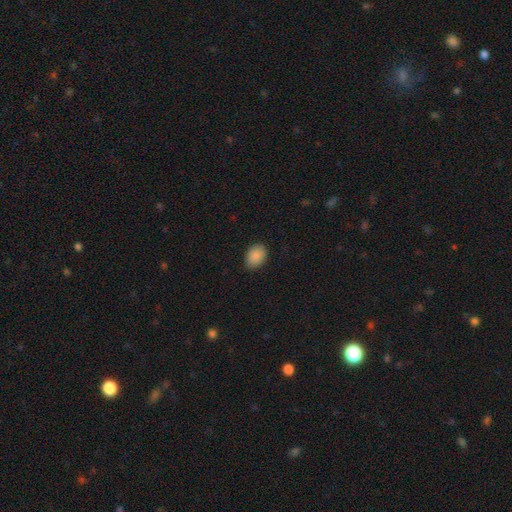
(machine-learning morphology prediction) Smooth or featured? smooth (89%)
How rounded? in between (70%)
Merging? none (84%)